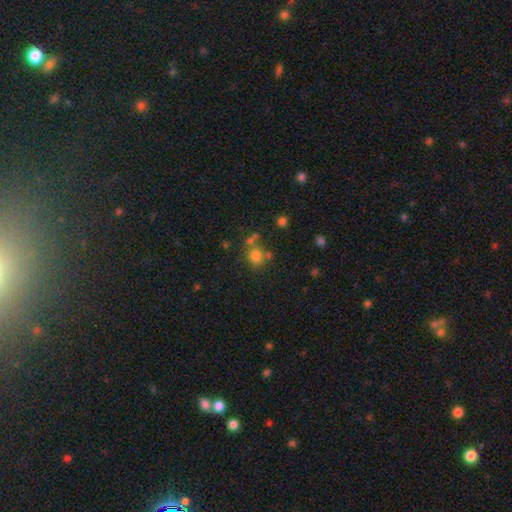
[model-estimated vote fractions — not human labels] Smooth or featured: smooth — 73% (star or artifact — 17%)
How rounded: round — 77% (in between — 22%)
Merging: none — 59% (merger — 22%)